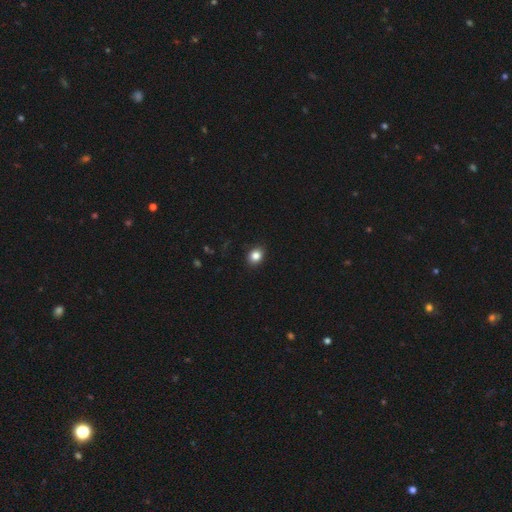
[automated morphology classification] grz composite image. It shows a smooth galaxy with no disk features (85%) that is round (53%). Merging: none (88%).